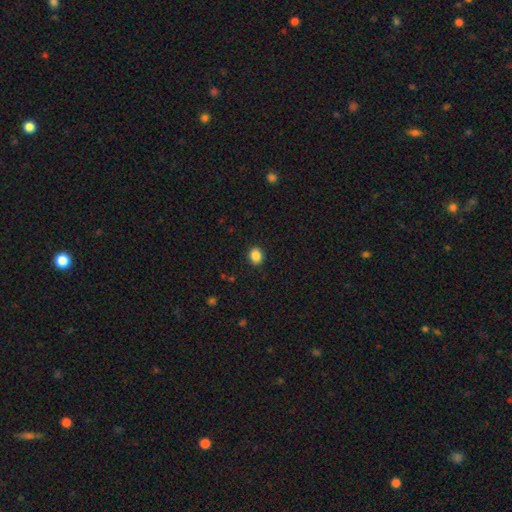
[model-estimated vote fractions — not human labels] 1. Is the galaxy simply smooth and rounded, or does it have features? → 87% smooth, 10% star or artifact, 3% featured or disk.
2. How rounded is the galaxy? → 60% round, 39% in between, 1% cigar-shaped.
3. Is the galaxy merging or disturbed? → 90% none, 7% minor disturbance, 2% major disturbance, 1% merger.